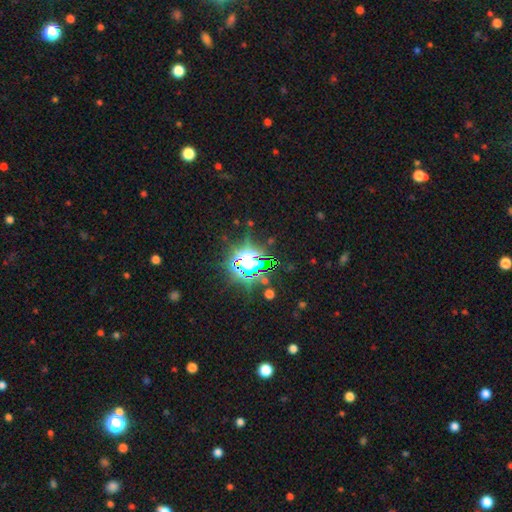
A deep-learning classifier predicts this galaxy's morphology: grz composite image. It shows a star or artifact, not a galaxy (75%).